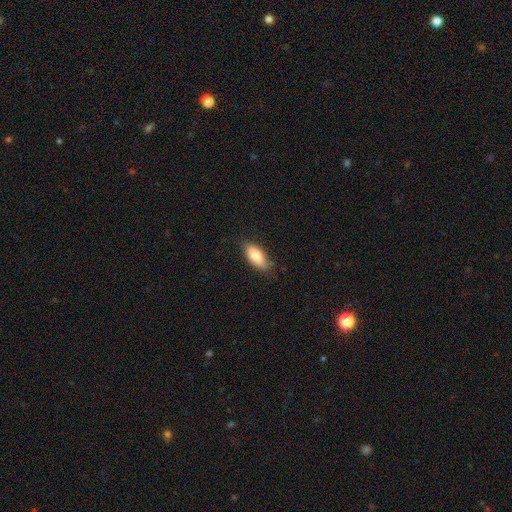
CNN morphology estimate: smooth 84%, featured or disk 10%, star or artifact 6%. Down the decision tree: how rounded — in between (86%); merging — none (77%).